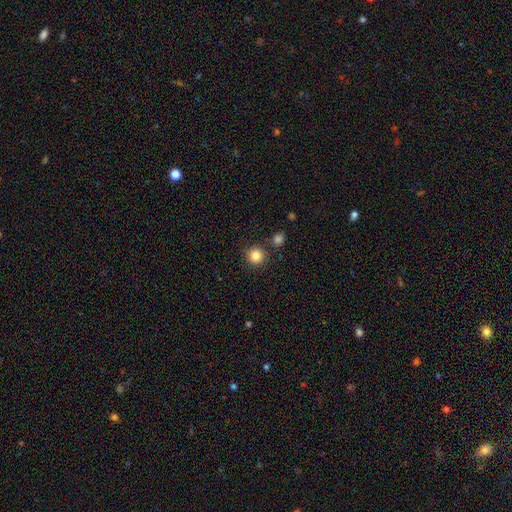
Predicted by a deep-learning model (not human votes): Smooth or featured: smooth — 85% (star or artifact — 11%)
How rounded: round — 94% (in between — 5%)
Merging: none — 85% (minor disturbance — 7%)